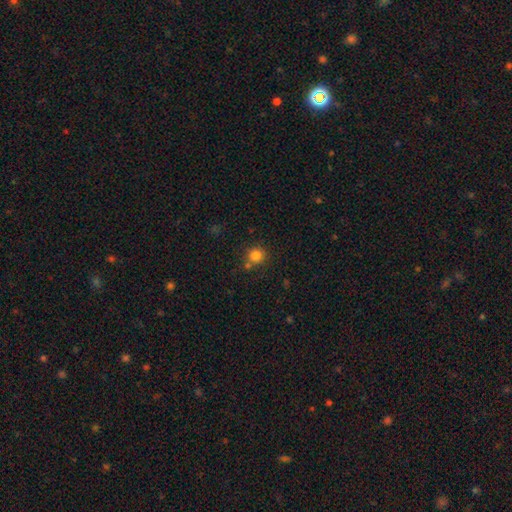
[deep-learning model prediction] Q: Smooth or featured?
A: smooth (82%); runner-up: star or artifact (12%)
Q: How rounded?
A: round (91%); runner-up: in between (8%)
Q: Merging?
A: none (72%); runner-up: merger (15%)